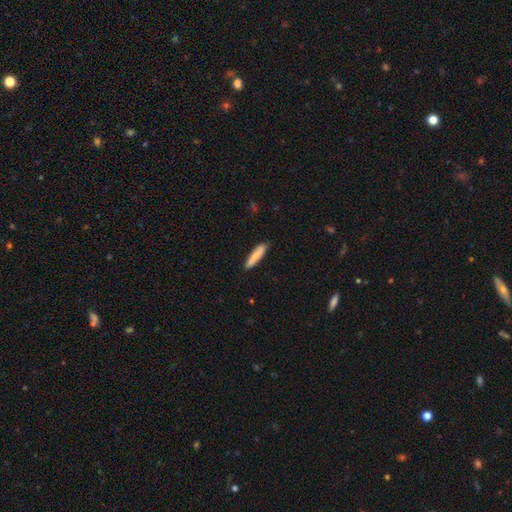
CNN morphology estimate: smooth-or-featured: smooth: 77% | featured or disk: 17% | star or artifact: 5%
  how-rounded: cigar-shaped: 84% | in between: 15% | round: 1%
  merging: none: 86% | minor disturbance: 11% | major disturbance: 2% | merger: 1%